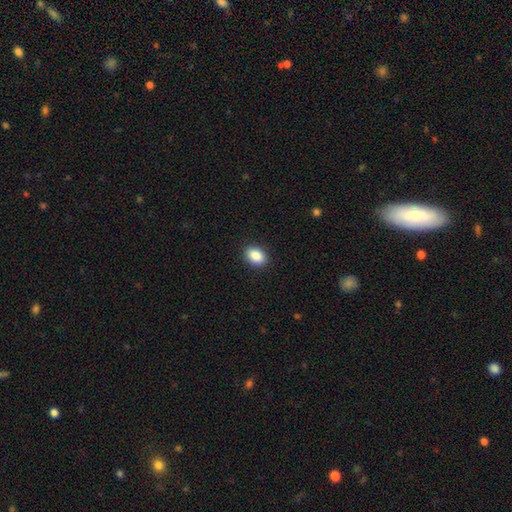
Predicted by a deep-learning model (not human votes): Smooth or featured? Predicted: smooth (p=0.88). How rounded? Predicted: in between (p=0.79). Merging? Predicted: none (p=0.90).